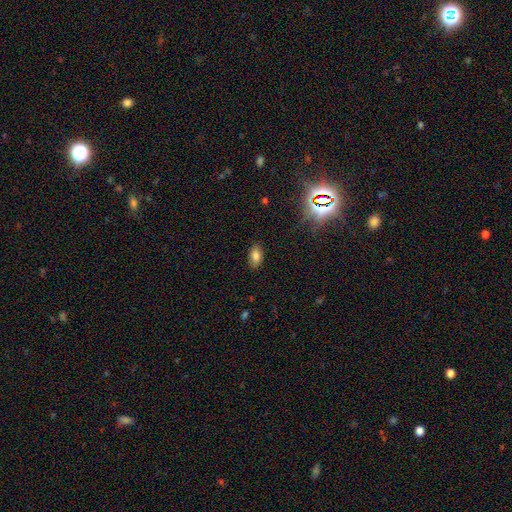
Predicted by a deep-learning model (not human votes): A smooth galaxy with no disk features (79%) that is in between round and cigar-shaped (91%).

Vote fractions:
- Smooth or featured? smooth: 79% / star or artifact: 13% / featured or disk: 8%
- How rounded? in between: 91% / round: 5% / cigar-shaped: 3%
- Merging? none: 86% / minor disturbance: 10% / major disturbance: 3% / merger: 1%